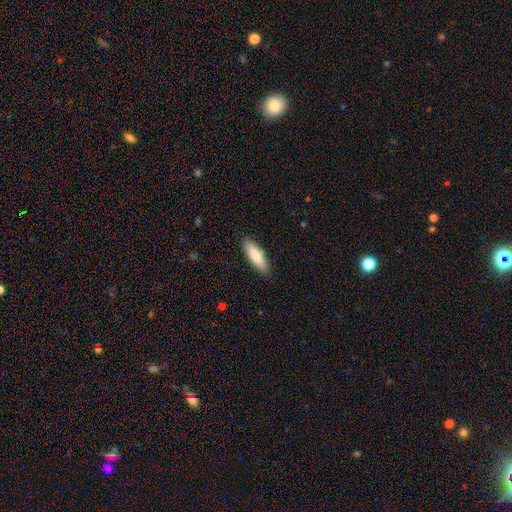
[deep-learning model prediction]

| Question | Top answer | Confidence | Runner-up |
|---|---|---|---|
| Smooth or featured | smooth | 83% | featured or disk (12%) |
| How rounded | cigar-shaped | 55% | in between (44%) |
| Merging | none | 88% | minor disturbance (9%) |